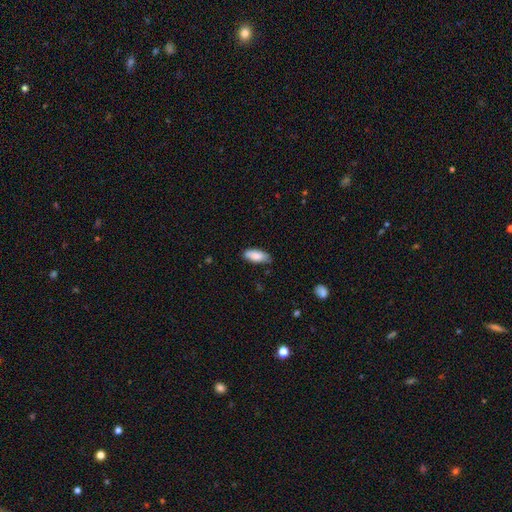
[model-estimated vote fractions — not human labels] Smooth or featured? Predicted: smooth (p=0.85). How rounded? Predicted: in between (p=0.82). Merging? Predicted: none (p=0.76).